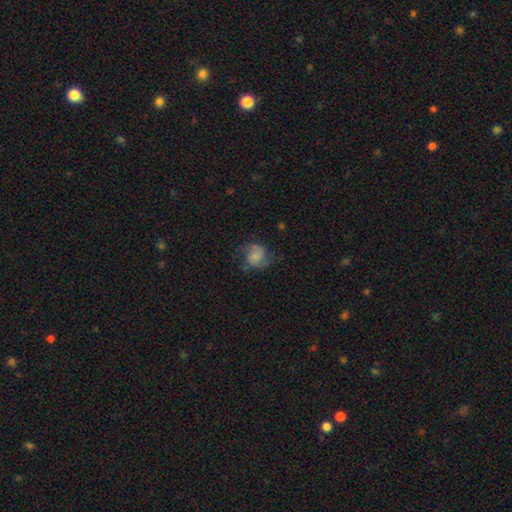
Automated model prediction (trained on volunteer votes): Smooth or featured? featured or disk (50%)
Edge-on disk? no (98%)
Merging? none (59%)